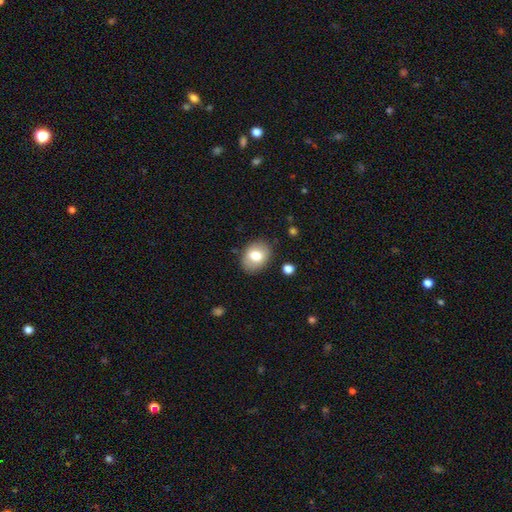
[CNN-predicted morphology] A smooth galaxy with no disk features (76%) that is in between round and cigar-shaped (69%). Merging: none (84%).